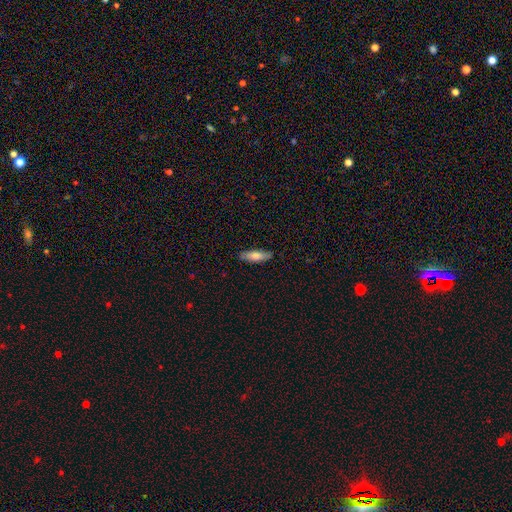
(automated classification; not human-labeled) Overall: smooth (74%). How rounded: cigar-shaped (56%; in between 42%). Merging: none (88%).